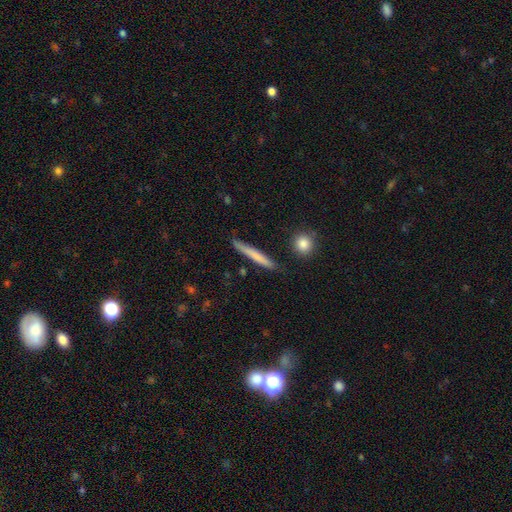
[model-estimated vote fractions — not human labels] Overall: smooth (67%). How rounded: cigar-shaped (96%). Merging: none (86%).